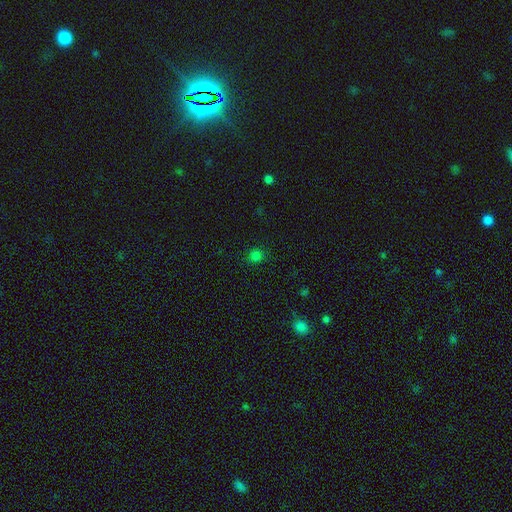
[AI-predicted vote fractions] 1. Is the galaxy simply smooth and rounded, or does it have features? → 77% smooth, 20% star or artifact, 3% featured or disk.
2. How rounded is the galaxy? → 86% round, 13% in between, 1% cigar-shaped.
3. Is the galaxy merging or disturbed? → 87% none, 9% minor disturbance, 3% major disturbance, 1% merger.